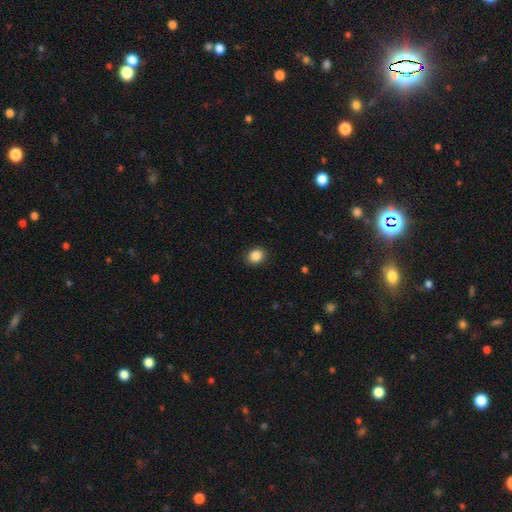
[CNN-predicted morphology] A smooth galaxy with no disk features (87%) that is round (53%). Merging: none (90%).